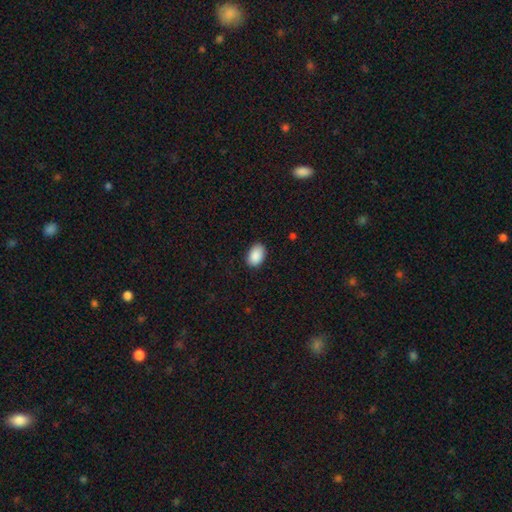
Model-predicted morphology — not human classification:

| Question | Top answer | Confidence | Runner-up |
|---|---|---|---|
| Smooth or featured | smooth | 90% | star or artifact (7%) |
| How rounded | in between | 84% | round (15%) |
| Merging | none | 84% | minor disturbance (13%) |